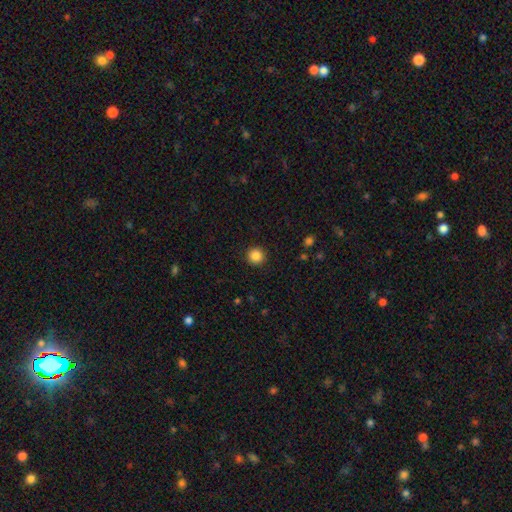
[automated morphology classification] This appears to be a smooth galaxy with no disk features (87%) that is round (95%). Merging: none (92%).